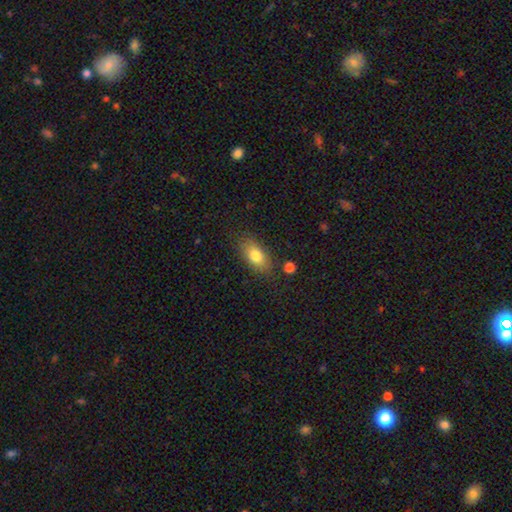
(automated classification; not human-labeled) A smooth galaxy with no disk features (78%) that is in between round and cigar-shaped (85%).

Vote fractions:
- Smooth or featured? smooth: 78% / featured or disk: 14% / star or artifact: 8%
- How rounded? in between: 85% / round: 8% / cigar-shaped: 6%
- Merging? none: 78% / minor disturbance: 15% / major disturbance: 4% / merger: 3%